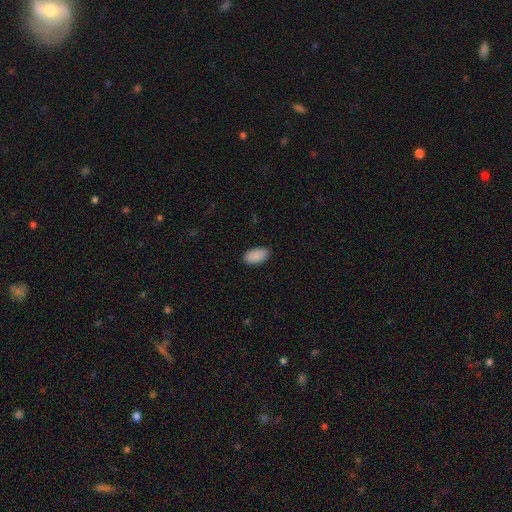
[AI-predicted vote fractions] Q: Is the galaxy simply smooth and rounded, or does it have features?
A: smooth — 90%.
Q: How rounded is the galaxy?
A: in between — 95%.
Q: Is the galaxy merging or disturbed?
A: none — 84%.